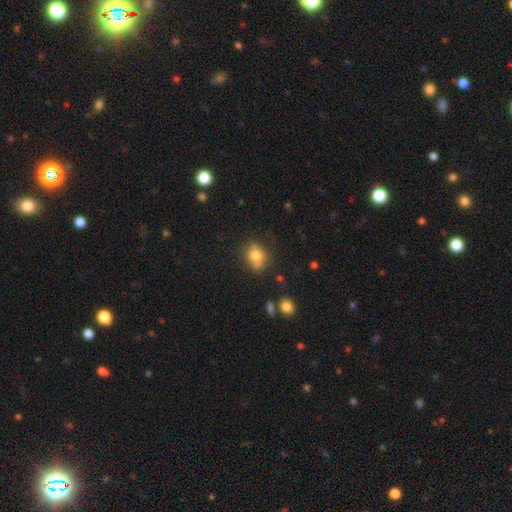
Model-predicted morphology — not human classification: Smooth or featured: smooth — 76% (featured or disk — 13%)
How rounded: round — 62% (in between — 37%)
Merging: none — 54% (minor disturbance — 23%)